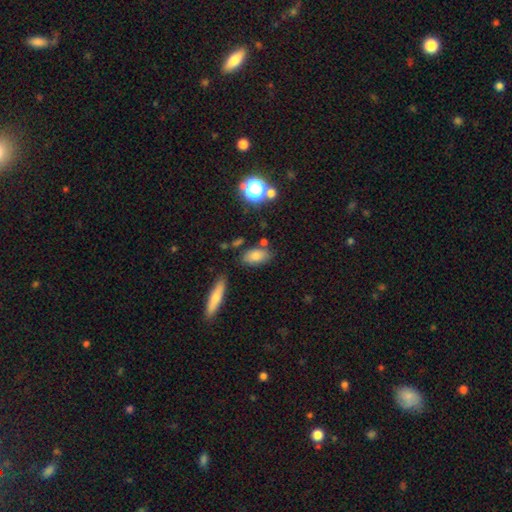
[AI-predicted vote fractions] This is likely a smooth galaxy (78%). How rounded: clearly in between (86%). Merging: likely none (75%).